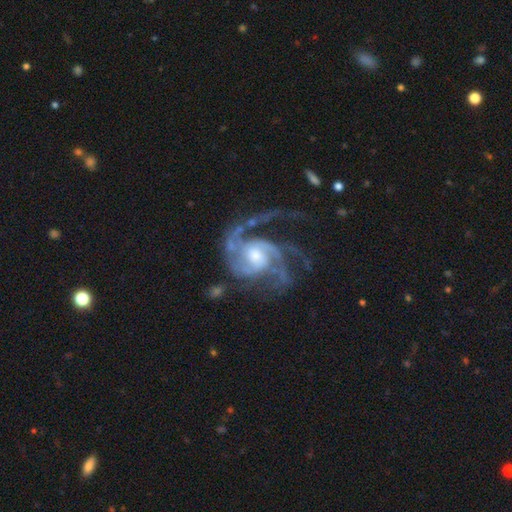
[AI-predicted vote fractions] Smooth or featured?
  - featured or disk: 92% *
  - star or artifact: 4%
  - smooth: 4%
Edge-on disk?
  - no: 98% *
  - yes: 2%
Bar?
  - no: 60% *
  - weak: 32%
  - strong: 8%
Spiral arms?
  - yes: 98% *
  - no: 2%
Spiral winding?
  - medium: 51% *
  - tight: 32%
  - loose: 17%
Spiral arm count?
  - 3: 32% *
  - 2: 30%
  - can't tell: 12%
  - 4: 10%
  - 1: 8%
  - more than 4: 7%
Bulge size?
  - moderate: 58% *
  - small: 23%
  - large: 15%
  - none: 3%
  - dominant: 1%
Merging?
  - none: 50% *
  - major disturbance: 29%
  - minor disturbance: 17%
  - merger: 3%